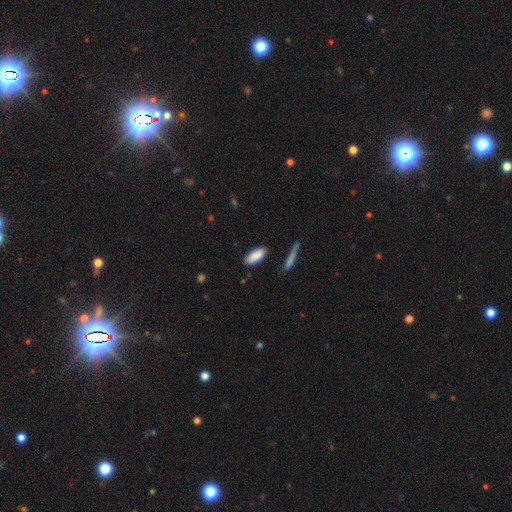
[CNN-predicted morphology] Overall: smooth (88%). How rounded: in between (76%). Merging: none (84%).